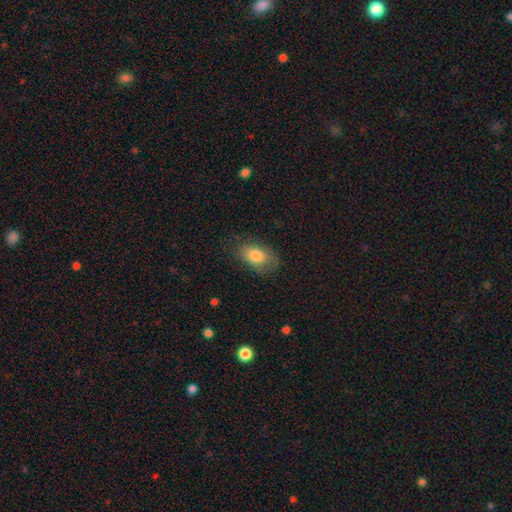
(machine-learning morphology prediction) Overall: smooth (78%). How rounded: in between (88%). Merging: none (69%).